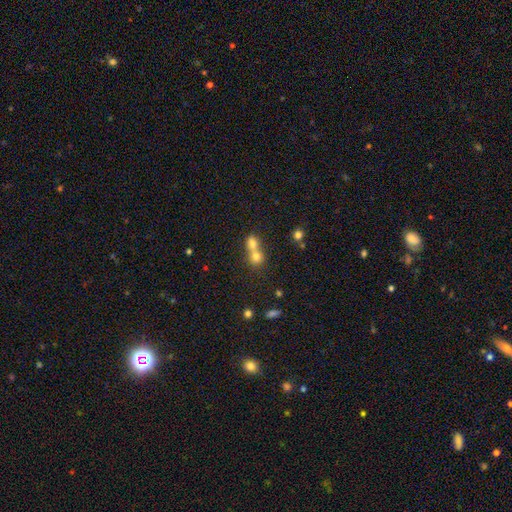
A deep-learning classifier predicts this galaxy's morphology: Smooth or featured? smooth (69%)
How rounded? round (72%)
Merging? merger (69%)